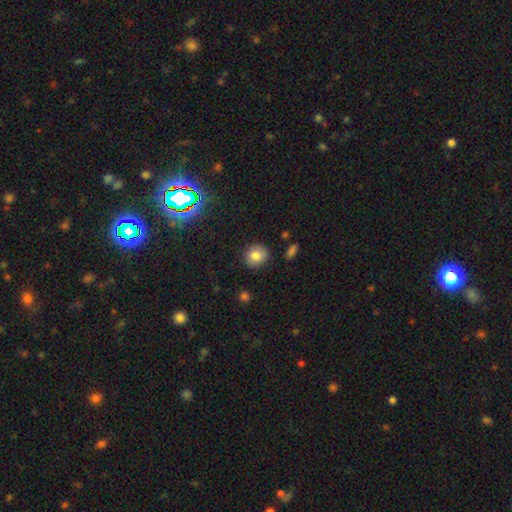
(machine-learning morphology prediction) Overall: smooth (80%). How rounded: round (82%). Merging: none (88%).